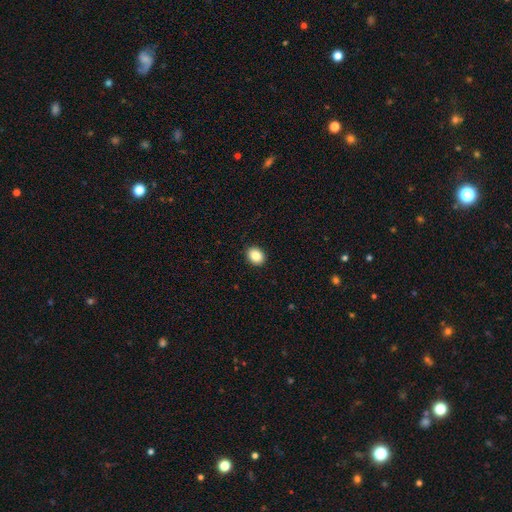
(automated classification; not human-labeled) smooth_or_featured: smooth (p=0.86) [alt: star or artifact p=0.09]
how_rounded: round (p=0.50) [alt: in between p=0.49]
merging: none (p=0.91) [alt: minor disturbance p=0.06]